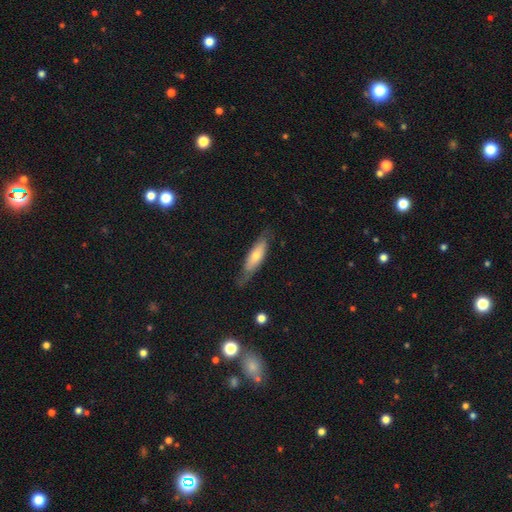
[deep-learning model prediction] This is possibly a smooth galaxy (53%). How rounded: possibly cigar-shaped (53%). Merging: likely none (67%).